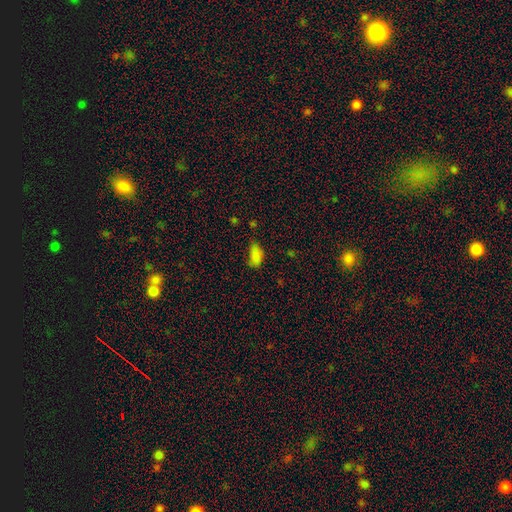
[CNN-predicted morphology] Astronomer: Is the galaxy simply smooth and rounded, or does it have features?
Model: smooth — 82%.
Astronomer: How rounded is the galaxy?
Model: in between — 91%.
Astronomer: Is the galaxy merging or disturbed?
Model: none — 52% (runner-up: minor disturbance, 34%).